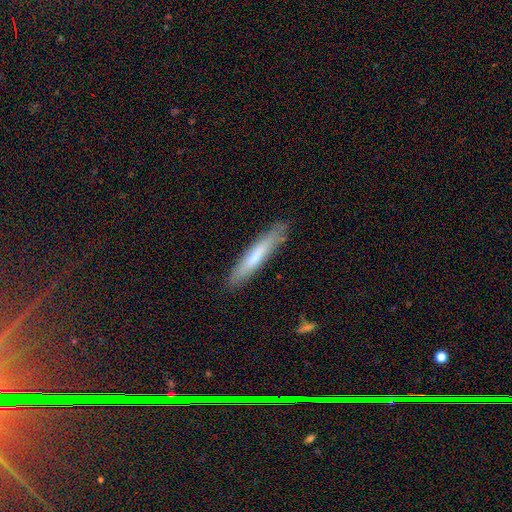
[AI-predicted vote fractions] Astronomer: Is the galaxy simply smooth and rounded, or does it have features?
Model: smooth — 65%.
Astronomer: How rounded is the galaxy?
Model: cigar-shaped — 92%.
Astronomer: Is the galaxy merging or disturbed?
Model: none — 84%.